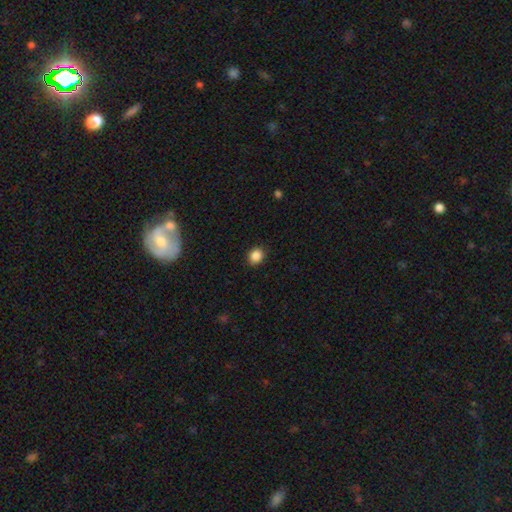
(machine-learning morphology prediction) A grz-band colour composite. It shows a smooth galaxy with no disk features (87%) that is round (69%). Merging: none (89%).